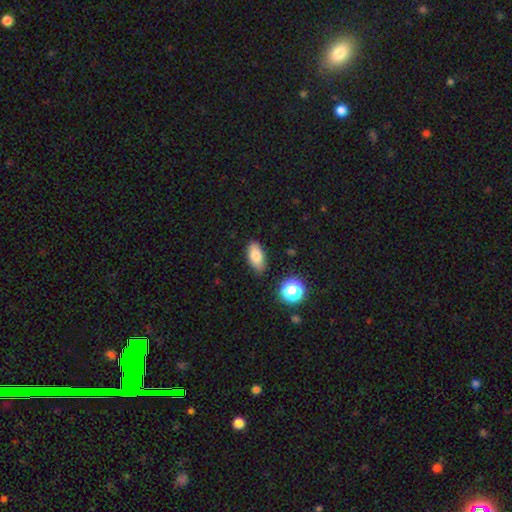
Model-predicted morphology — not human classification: This is clearly a smooth galaxy (81%). How rounded: clearly in between (87%). Merging: clearly none (83%).